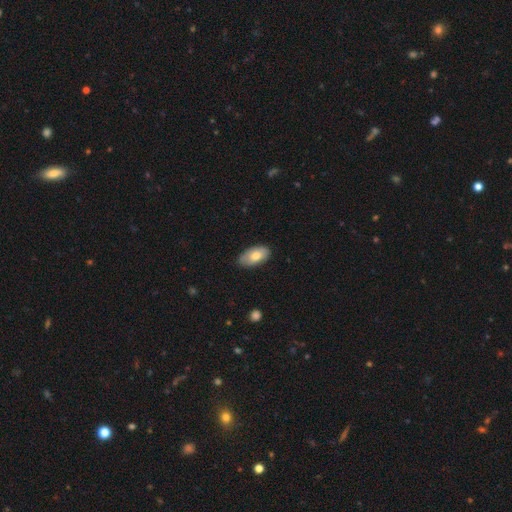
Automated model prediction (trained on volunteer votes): A smooth galaxy with no disk features (74%) that is in between round and cigar-shaped (94%).

Vote fractions:
- Smooth or featured? smooth: 74% / featured or disk: 20% / star or artifact: 6%
- How rounded? in between: 94% / round: 3% / cigar-shaped: 2%
- Merging? none: 79% / minor disturbance: 17% / major disturbance: 2% / merger: 1%